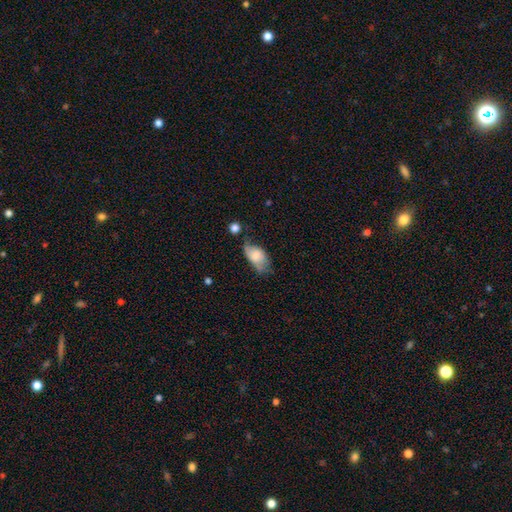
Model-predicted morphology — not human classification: This is likely a smooth galaxy (71%). How rounded: clearly in between (91%). Merging: marginally minor disturbance (38%).